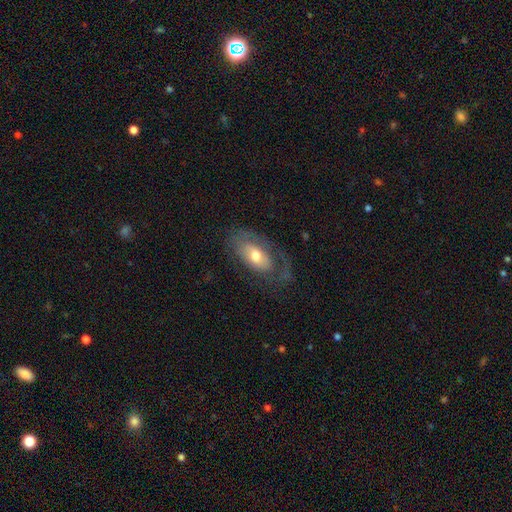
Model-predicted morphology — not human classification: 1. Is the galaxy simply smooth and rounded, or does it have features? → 49% smooth, 44% featured or disk, 7% star or artifact.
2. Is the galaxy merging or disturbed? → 51% none, 25% major disturbance, 23% minor disturbance, 2% merger.